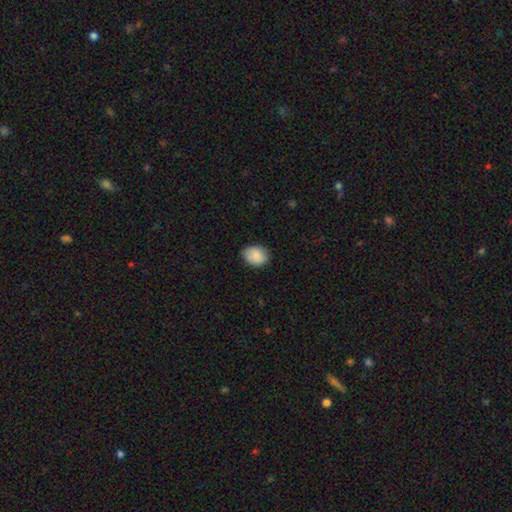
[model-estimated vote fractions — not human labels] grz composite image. It shows a smooth galaxy with no disk features (86%) that is in between round and cigar-shaped (61%). Merging: none (82%).